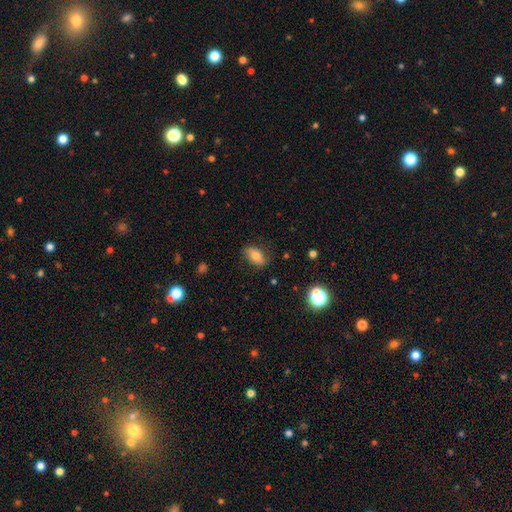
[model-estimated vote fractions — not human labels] smooth-or-featured: smooth: 67% | featured or disk: 24% | star or artifact: 9%
  how-rounded: in between: 84% | round: 8% | cigar-shaped: 8%
  merging: none: 79% | minor disturbance: 16% | major disturbance: 4% | merger: 1%